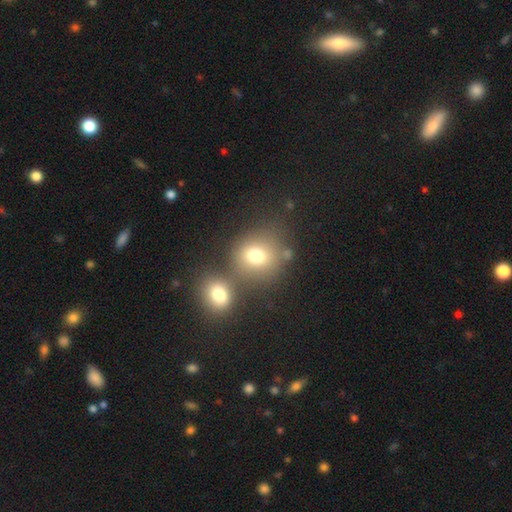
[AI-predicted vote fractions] This is likely a smooth galaxy (76%). How rounded: likely round (74%). Merging: possibly none (51%).